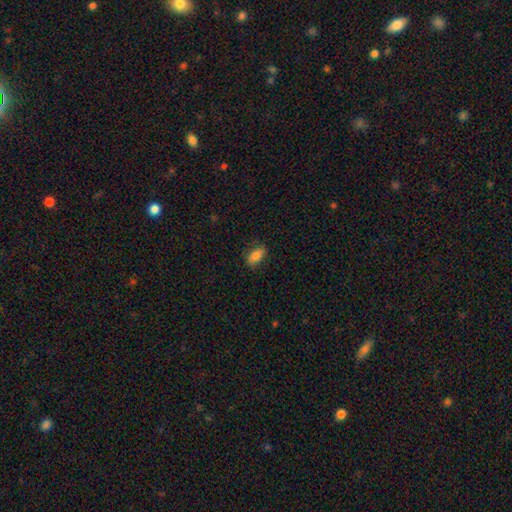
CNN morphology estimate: A smooth galaxy with no disk features (84%) that is in between round and cigar-shaped (88%).

Vote fractions:
- Smooth or featured? smooth: 84% / star or artifact: 9% / featured or disk: 7%
- How rounded? in between: 88% / cigar-shaped: 7% / round: 5%
- Merging? none: 78% / minor disturbance: 17% / major disturbance: 4% / merger: 1%